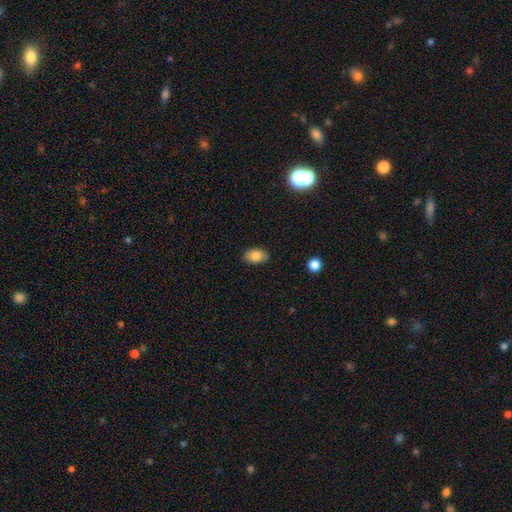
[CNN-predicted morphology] Smooth or featured? Predicted: smooth (p=0.85). How rounded? Predicted: in between (p=0.86). Merging? Predicted: none (p=0.86).